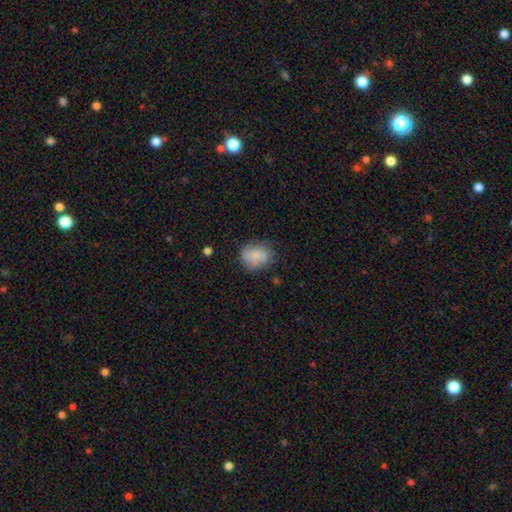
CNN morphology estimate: A smooth galaxy with no disk features (76%) that is in between round and cigar-shaped (55%). Merging: none (63%).